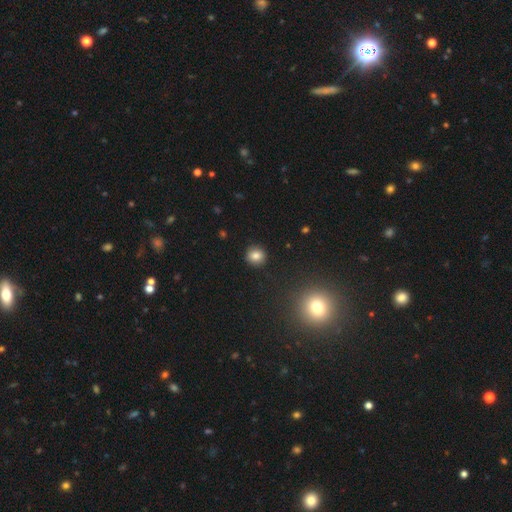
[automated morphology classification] The model was most divided on "smooth or featured": smooth: 81%, star or artifact: 11%, featured or disk: 8%. More confident: merging — none (90%); how rounded — round (87%).